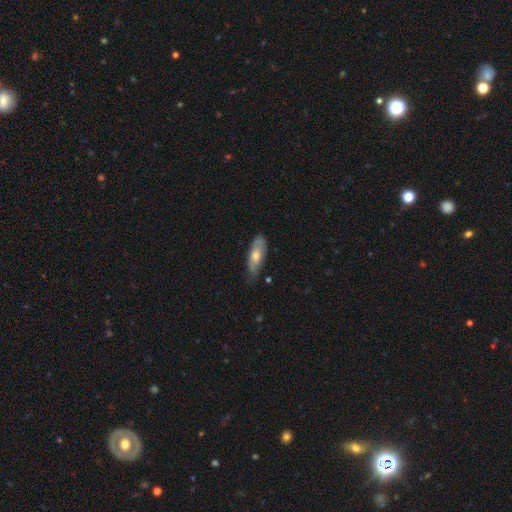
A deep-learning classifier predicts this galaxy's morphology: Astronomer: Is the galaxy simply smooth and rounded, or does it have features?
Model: smooth — 53% (runner-up: featured or disk, 41%).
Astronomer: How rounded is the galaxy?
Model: in between — 60% (runner-up: cigar-shaped, 38%).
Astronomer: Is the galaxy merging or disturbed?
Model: none — 71%.